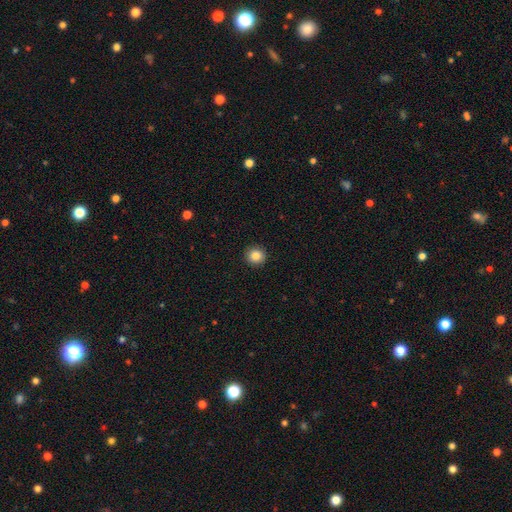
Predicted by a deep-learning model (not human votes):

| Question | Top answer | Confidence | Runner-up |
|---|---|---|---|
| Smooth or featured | smooth | 85% | star or artifact (9%) |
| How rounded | round | 93% | in between (6%) |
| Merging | none | 93% | minor disturbance (5%) |